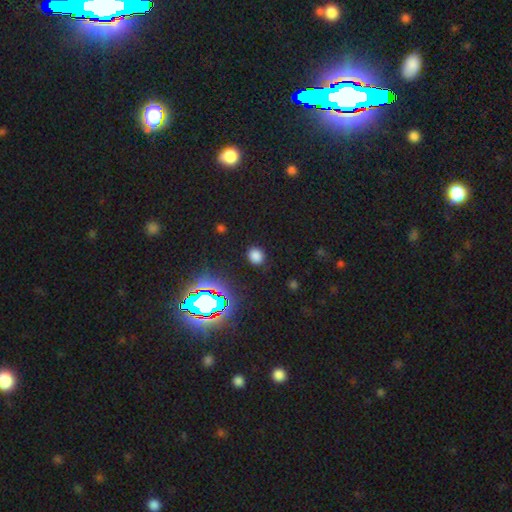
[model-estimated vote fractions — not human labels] Q: Smooth or featured?
A: smooth (74%); runner-up: star or artifact (21%)
Q: How rounded?
A: round (68%); runner-up: in between (31%)
Q: Merging?
A: none (87%); runner-up: minor disturbance (9%)